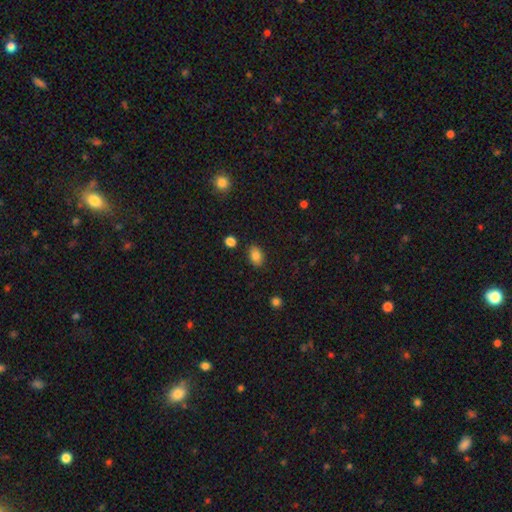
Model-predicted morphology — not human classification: smooth 84%, star or artifact 9%, featured or disk 7%. Down the decision tree: how rounded — in between (81%); merging — none (83%).